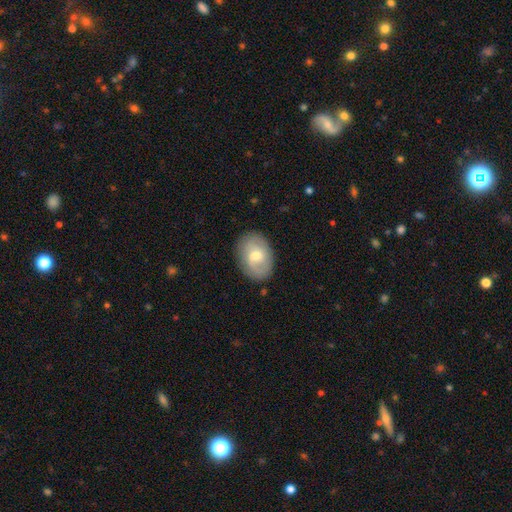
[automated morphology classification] Q: Smooth or featured?
A: featured or disk (47%); tied with: smooth (47%)
Q: Merging?
A: none (83%); runner-up: minor disturbance (13%)